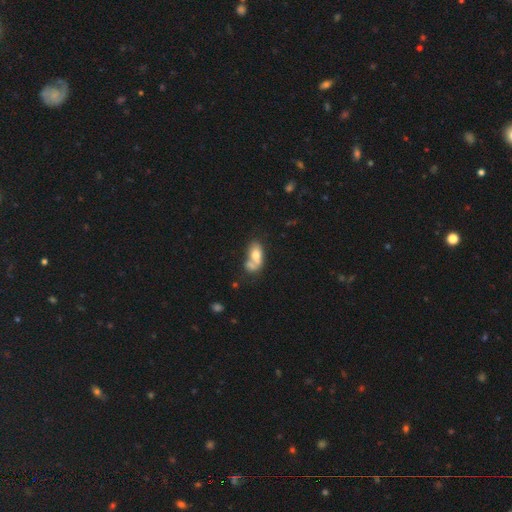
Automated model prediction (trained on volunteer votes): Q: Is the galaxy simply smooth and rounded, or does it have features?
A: smooth — 64%.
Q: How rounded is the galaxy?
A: in between — 87%.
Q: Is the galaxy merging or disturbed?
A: merger — 52%.